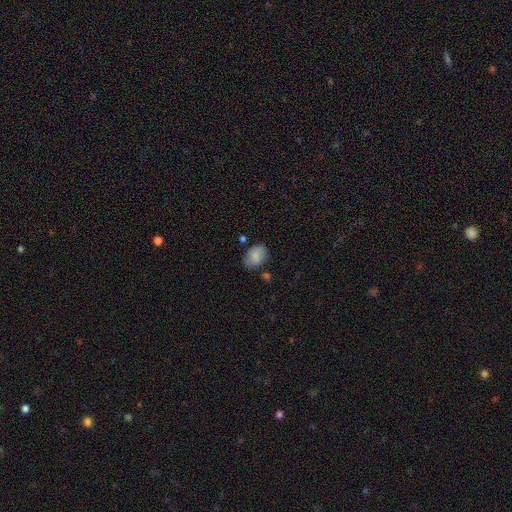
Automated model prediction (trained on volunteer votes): smooth_or_featured: smooth (p=0.79) [alt: featured or disk p=0.13]
how_rounded: in between (p=0.79) [alt: round p=0.19]
merging: none (p=0.74) [alt: minor disturbance p=0.18]